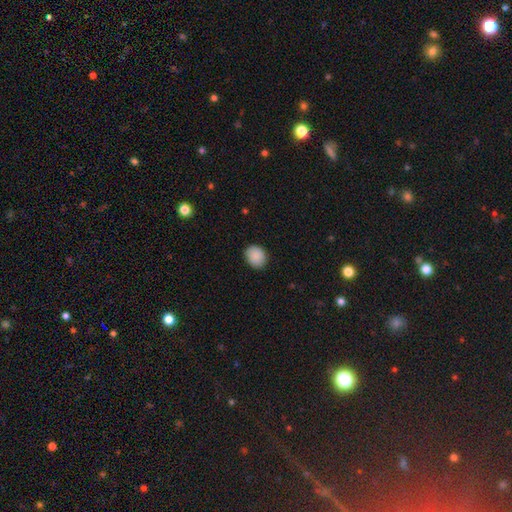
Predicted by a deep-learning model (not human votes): Smooth or featured?
  - smooth: 89% *
  - star or artifact: 7%
  - featured or disk: 3%
How rounded?
  - round: 68% *
  - in between: 32%
  - cigar-shaped: 1%
Merging?
  - none: 85% *
  - minor disturbance: 12%
  - major disturbance: 2%
  - merger: 1%